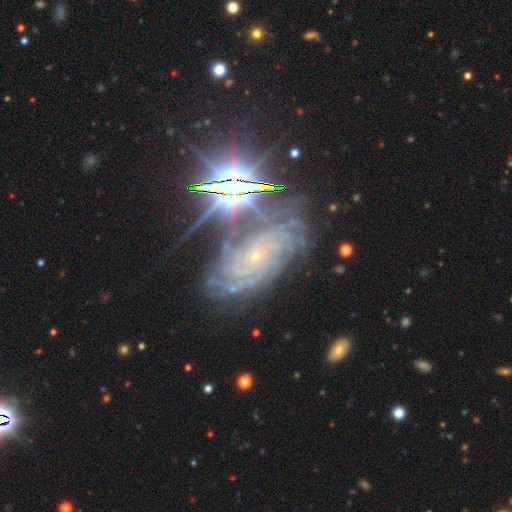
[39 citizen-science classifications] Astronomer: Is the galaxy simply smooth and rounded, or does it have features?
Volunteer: featured or disk — 87%.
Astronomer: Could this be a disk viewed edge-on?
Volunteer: no — 94%.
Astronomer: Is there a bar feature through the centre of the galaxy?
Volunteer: no — 56%.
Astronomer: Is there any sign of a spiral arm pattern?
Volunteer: yes — 97%.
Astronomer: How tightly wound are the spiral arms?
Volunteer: tight — 94%.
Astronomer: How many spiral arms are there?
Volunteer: more than 4 — 68%.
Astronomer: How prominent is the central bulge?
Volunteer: small — 84%.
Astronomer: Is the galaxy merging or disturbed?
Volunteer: none — 57%.